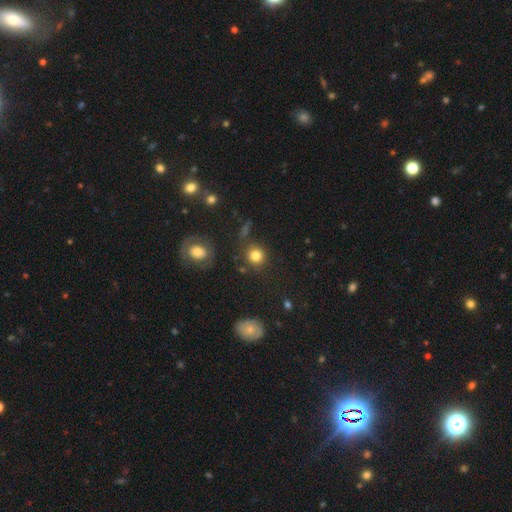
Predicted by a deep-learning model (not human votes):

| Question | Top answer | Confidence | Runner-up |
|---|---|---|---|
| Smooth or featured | smooth | 81% | star or artifact (12%) |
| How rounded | round | 89% | in between (10%) |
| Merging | none | 80% | minor disturbance (10%) |